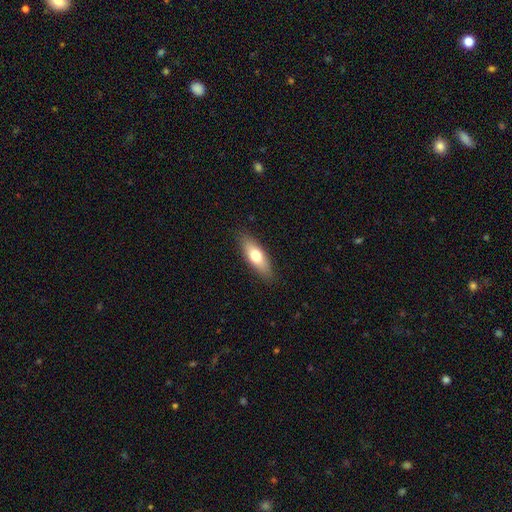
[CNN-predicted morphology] Smooth or featured: smooth — 68% (featured or disk — 26%)
How rounded: in between — 60% (cigar-shaped — 37%)
Merging: none — 87% (minor disturbance — 10%)